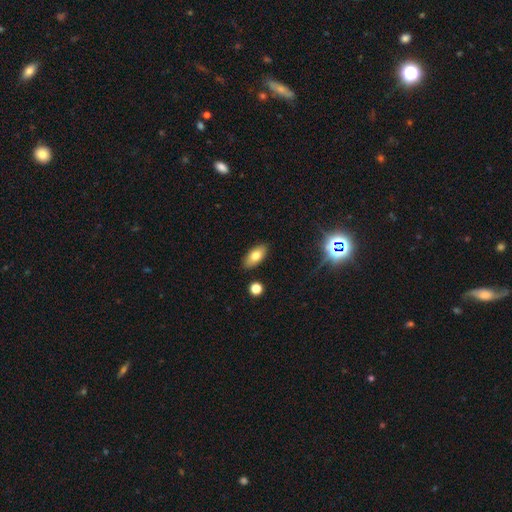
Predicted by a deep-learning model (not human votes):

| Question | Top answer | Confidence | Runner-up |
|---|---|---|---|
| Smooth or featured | smooth | 75% | featured or disk (15%) |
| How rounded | in between | 89% | cigar-shaped (7%) |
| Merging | none | 87% | minor disturbance (9%) |